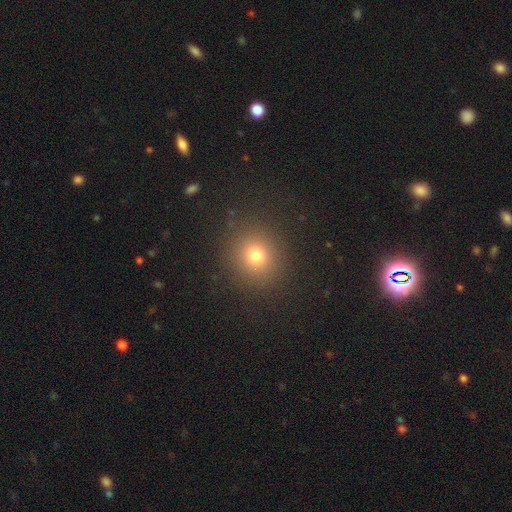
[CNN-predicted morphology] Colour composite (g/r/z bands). It shows a smooth galaxy with no disk features (74%) that is round (87%). Merging: none (89%).